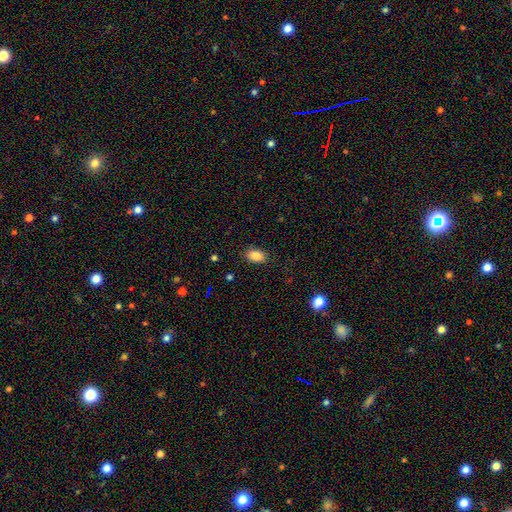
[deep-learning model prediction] smooth 86%, star or artifact 9%, featured or disk 5%. Down the decision tree: how rounded — in between (87%); merging — none (87%).